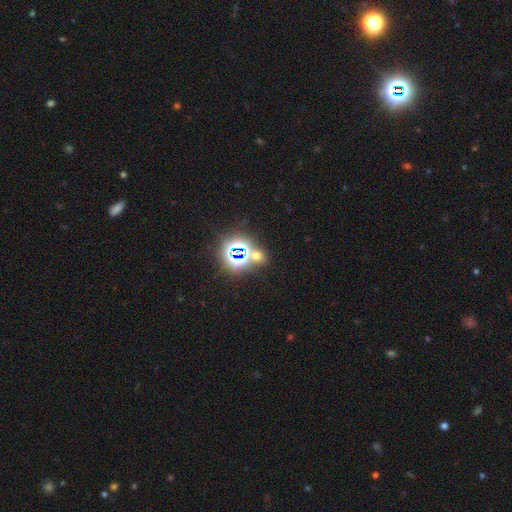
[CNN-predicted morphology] This appears to be a star or artifact, not a galaxy (60%).